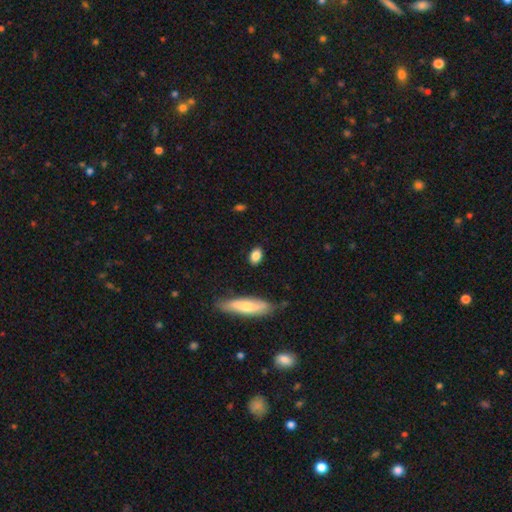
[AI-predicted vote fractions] The model was most divided on "how rounded": in between: 79%, round: 15%, cigar-shaped: 7%. More confident: smooth or featured — smooth (84%); merging — none (84%).